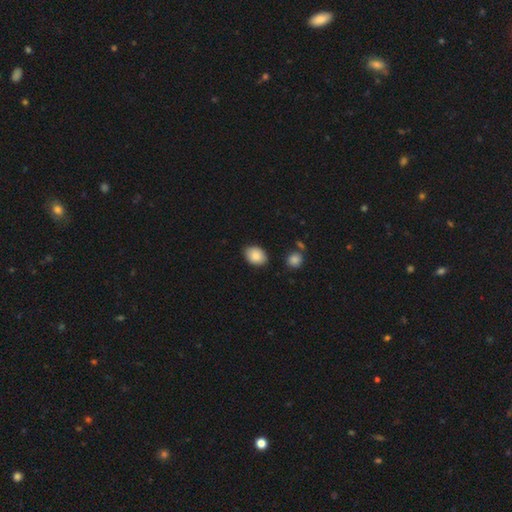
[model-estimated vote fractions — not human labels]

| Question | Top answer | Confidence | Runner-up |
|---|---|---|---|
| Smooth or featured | smooth | 85% | star or artifact (7%) |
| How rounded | in between | 76% | round (23%) |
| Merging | none | 83% | minor disturbance (12%) |